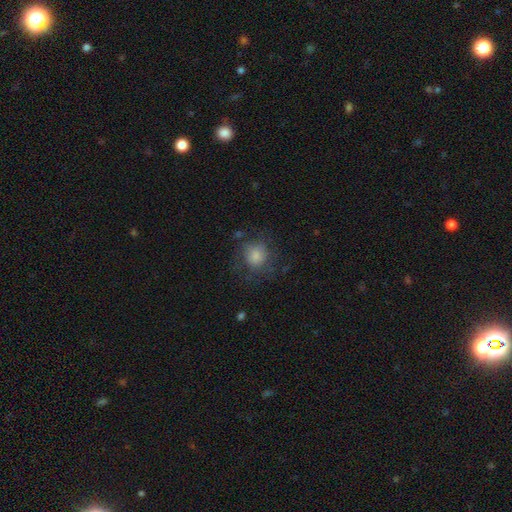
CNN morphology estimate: Smooth or featured: smooth — 70% (featured or disk — 16%)
How rounded: round — 83% (in between — 16%)
Merging: none — 67% (minor disturbance — 18%)